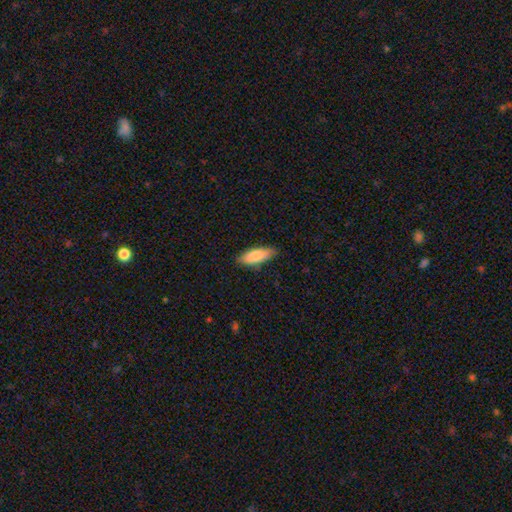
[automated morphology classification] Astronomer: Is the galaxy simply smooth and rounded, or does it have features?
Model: smooth — 84%.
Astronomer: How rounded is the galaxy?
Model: in between — 69%.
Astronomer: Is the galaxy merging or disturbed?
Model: none — 82%.